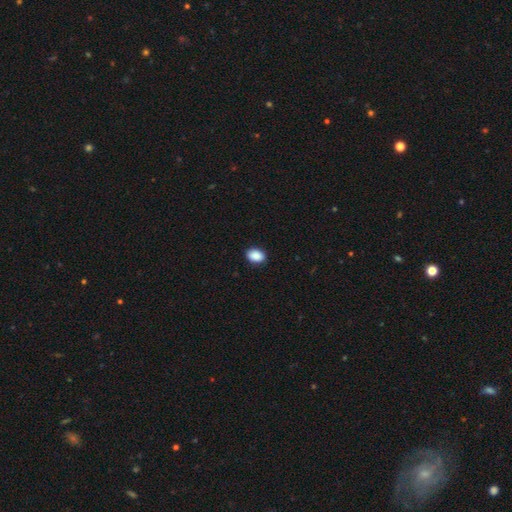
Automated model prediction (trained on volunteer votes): Q: Smooth or featured?
A: smooth (90%); runner-up: star or artifact (7%)
Q: How rounded?
A: in between (80%); runner-up: round (19%)
Q: Merging?
A: none (90%); runner-up: minor disturbance (8%)